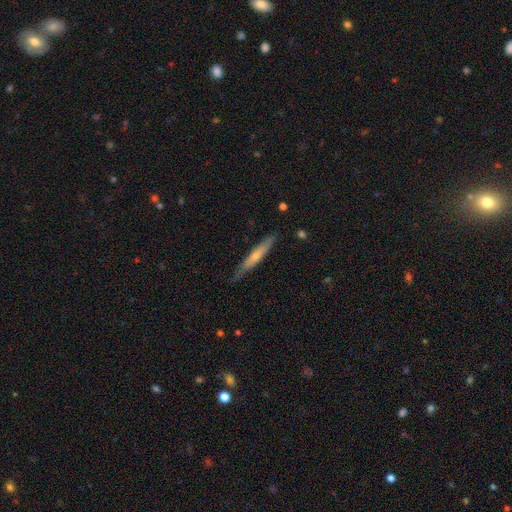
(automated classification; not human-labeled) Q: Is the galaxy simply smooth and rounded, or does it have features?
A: smooth — 54%.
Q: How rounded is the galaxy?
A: cigar-shaped — 93%.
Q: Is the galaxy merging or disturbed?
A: none — 74%.